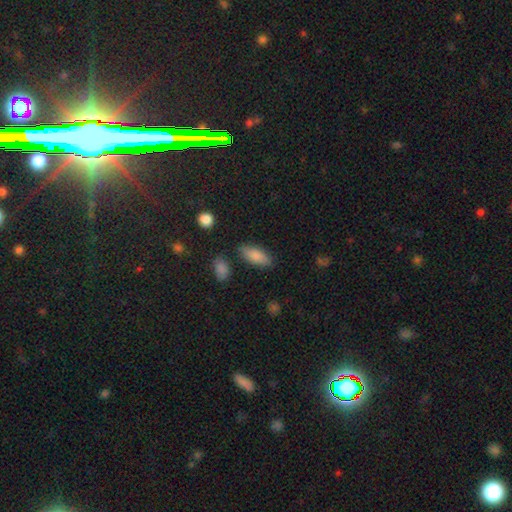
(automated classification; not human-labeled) A smooth galaxy with no disk features (83%) that is in between round and cigar-shaped (81%).

Vote fractions:
- Smooth or featured? smooth: 83% / featured or disk: 10% / star or artifact: 7%
- How rounded? in between: 81% / cigar-shaped: 17% / round: 2%
- Merging? none: 81% / minor disturbance: 13% / major disturbance: 3% / merger: 3%